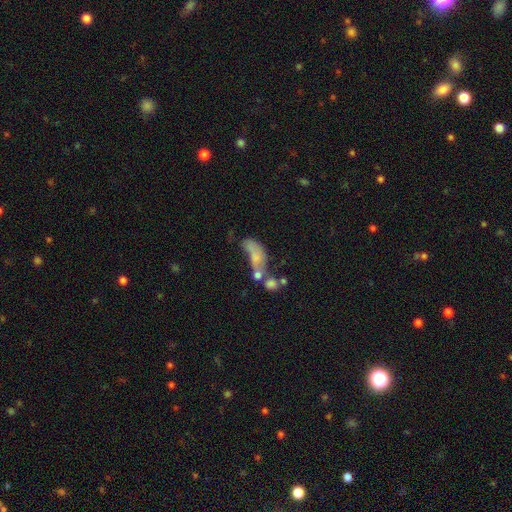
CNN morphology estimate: The model was most divided on "merging": merger: 46%, major disturbance: 27%, none: 15%, minor disturbance: 12%. More confident: how rounded — in between (74%); smooth or featured — smooth (53%).